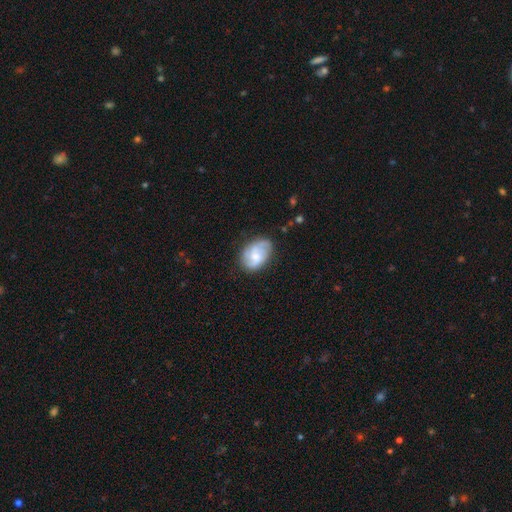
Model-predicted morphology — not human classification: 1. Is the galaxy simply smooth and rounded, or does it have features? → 65% featured or disk, 28% smooth, 7% star or artifact.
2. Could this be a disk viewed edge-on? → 98% no, 2% yes.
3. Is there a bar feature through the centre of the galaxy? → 61% no, 34% weak, 5% strong.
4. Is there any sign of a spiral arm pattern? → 93% yes, 7% no.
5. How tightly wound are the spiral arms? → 46% medium, 31% tight, 23% loose.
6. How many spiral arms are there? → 40% 2, 30% 3, 18% can't tell, 5% 4, 4% 1, 3% more than 4.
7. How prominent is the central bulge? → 44% small, 38% moderate, 11% none, 5% large, 1% dominant.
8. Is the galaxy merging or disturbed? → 71% none, 21% minor disturbance, 7% major disturbance, 2% merger.